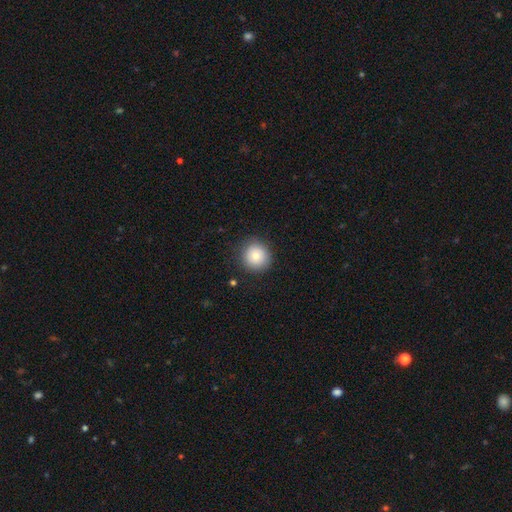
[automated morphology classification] Smooth or featured?
  - smooth: 79% *
  - featured or disk: 11%
  - star or artifact: 10%
How rounded?
  - round: 94% *
  - in between: 5%
  - cigar-shaped: 1%
Merging?
  - none: 88% *
  - minor disturbance: 9%
  - major disturbance: 3%
  - merger: 1%